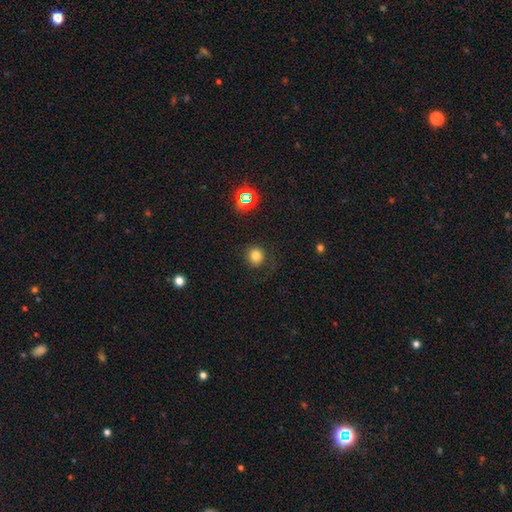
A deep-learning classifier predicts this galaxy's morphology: The model was most divided on "smooth or featured": smooth: 77%, star or artifact: 16%, featured or disk: 7%. More confident: how rounded — round (87%); merging — none (82%).